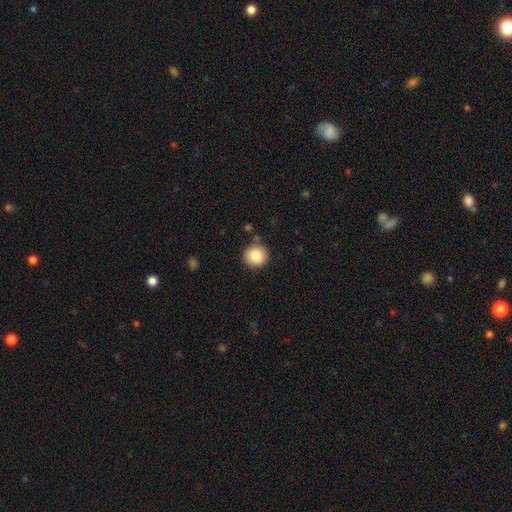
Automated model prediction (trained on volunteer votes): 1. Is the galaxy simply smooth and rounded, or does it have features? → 87% smooth, 8% star or artifact, 4% featured or disk.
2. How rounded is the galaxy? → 93% round, 6% in between, 1% cigar-shaped.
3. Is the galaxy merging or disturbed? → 87% none, 8% minor disturbance, 3% merger, 2% major disturbance.